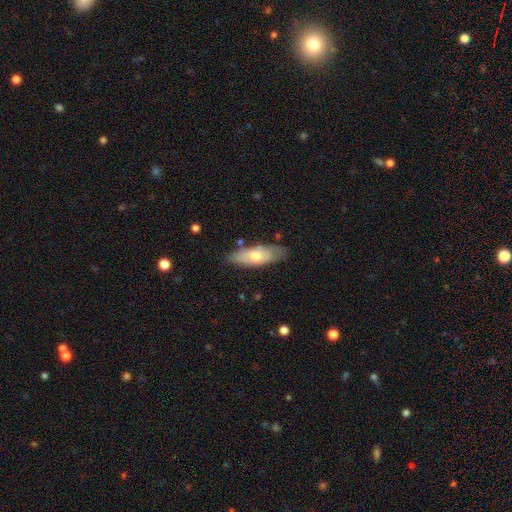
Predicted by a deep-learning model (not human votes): Overall: smooth (57%; featured or disk 37%). How rounded: in between (71%). Merging: none (74%).